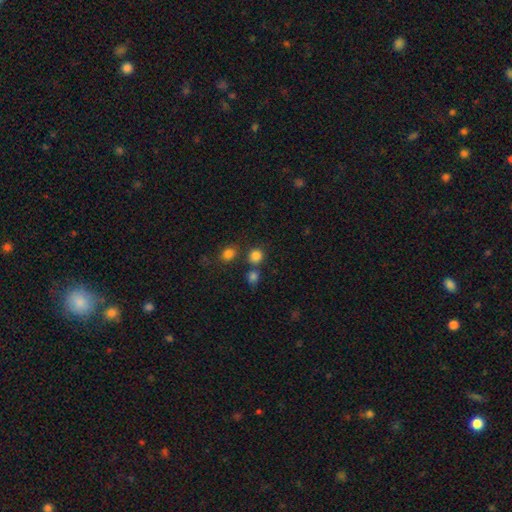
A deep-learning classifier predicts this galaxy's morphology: This appears to be a smooth galaxy with no disk features (82%) that is round (85%). Merging: none (71%).